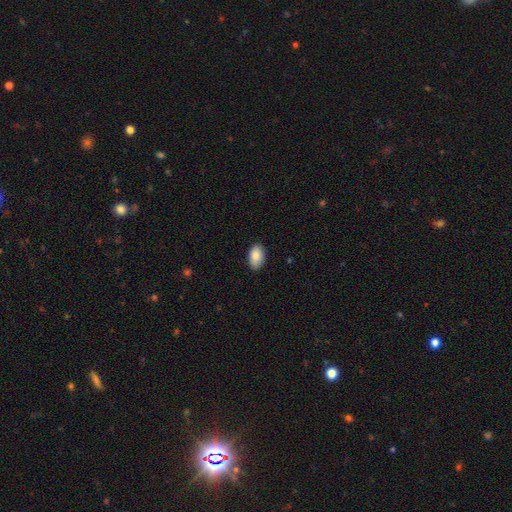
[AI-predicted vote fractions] Smooth or featured: smooth — 88% (star or artifact — 6%)
How rounded: in between — 94% (round — 5%)
Merging: none — 87% (minor disturbance — 10%)